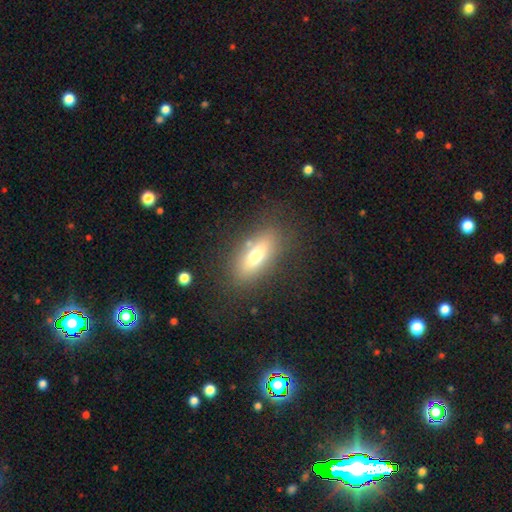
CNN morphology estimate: Overall: smooth (65%; featured or disk 26%). How rounded: in between (71%). Merging: none (79%).